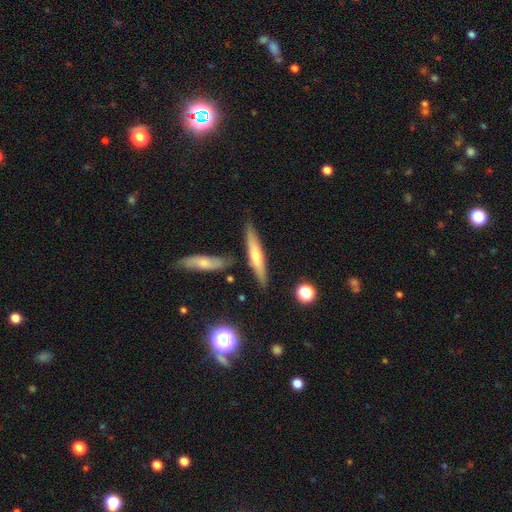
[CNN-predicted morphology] Smooth or featured?
  - smooth: 49% *
  - featured or disk: 44%
  - star or artifact: 7%
Merging?
  - none: 80% *
  - minor disturbance: 10%
  - merger: 7%
  - major disturbance: 2%